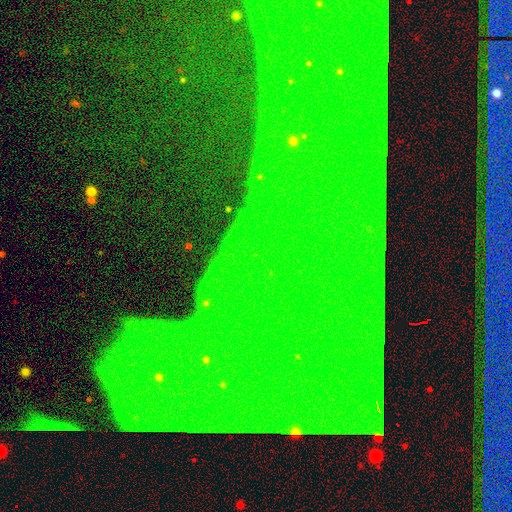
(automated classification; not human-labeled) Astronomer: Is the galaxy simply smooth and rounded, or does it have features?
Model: star or artifact — 84%.